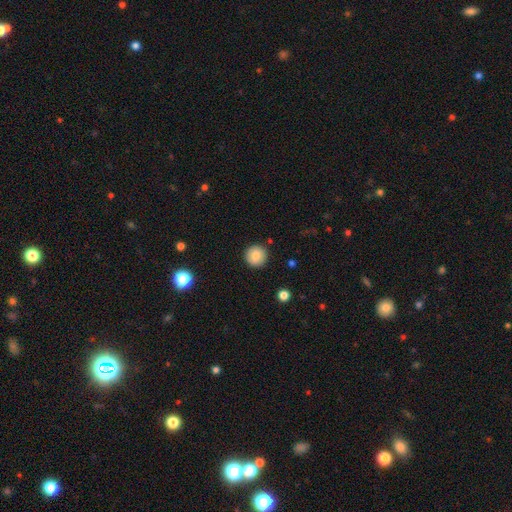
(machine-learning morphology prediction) The model was most divided on "smooth or featured": smooth: 84%, star or artifact: 9%, featured or disk: 7%. More confident: how rounded — round (95%); merging — none (90%).